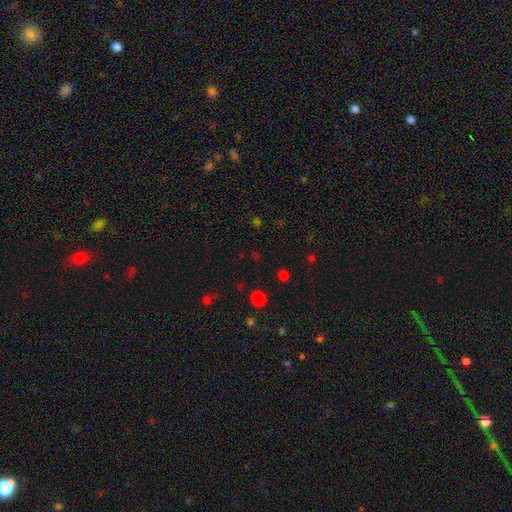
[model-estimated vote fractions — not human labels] smooth-or-featured: star or artifact: 49% | smooth: 45% | featured or disk: 6%